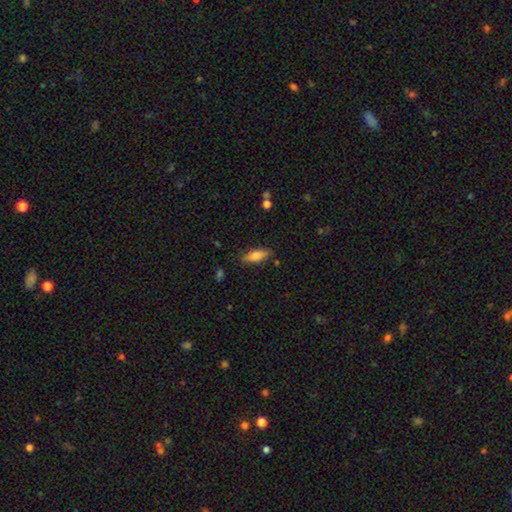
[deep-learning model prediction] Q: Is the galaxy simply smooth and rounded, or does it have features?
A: smooth — 69%.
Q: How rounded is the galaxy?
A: in between — 52%.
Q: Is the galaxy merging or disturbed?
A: none — 82%.